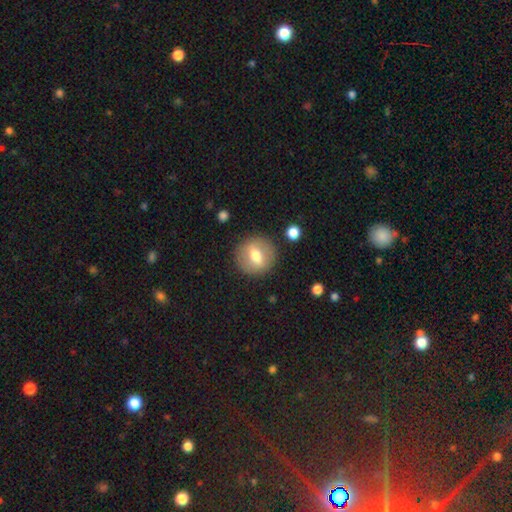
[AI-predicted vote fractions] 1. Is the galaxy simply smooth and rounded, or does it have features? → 56% smooth, 36% featured or disk, 8% star or artifact.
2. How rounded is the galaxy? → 82% round, 16% in between, 2% cigar-shaped.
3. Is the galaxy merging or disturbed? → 86% none, 9% minor disturbance, 3% major disturbance, 1% merger.